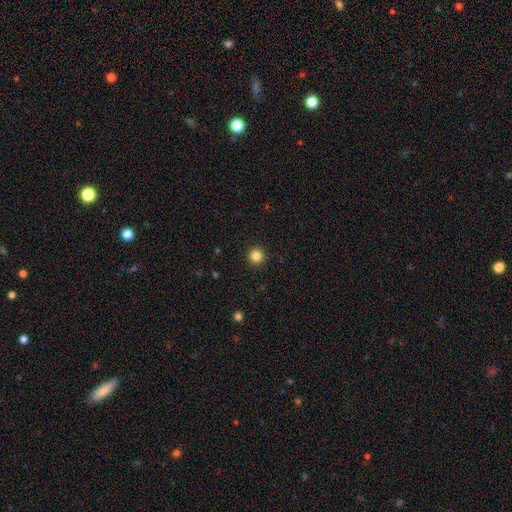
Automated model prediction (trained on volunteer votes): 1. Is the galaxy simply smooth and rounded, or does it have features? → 84% smooth, 12% star or artifact, 4% featured or disk.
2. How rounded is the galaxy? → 95% round, 4% in between, 1% cigar-shaped.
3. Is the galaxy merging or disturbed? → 93% none, 4% minor disturbance, 2% major disturbance, 1% merger.